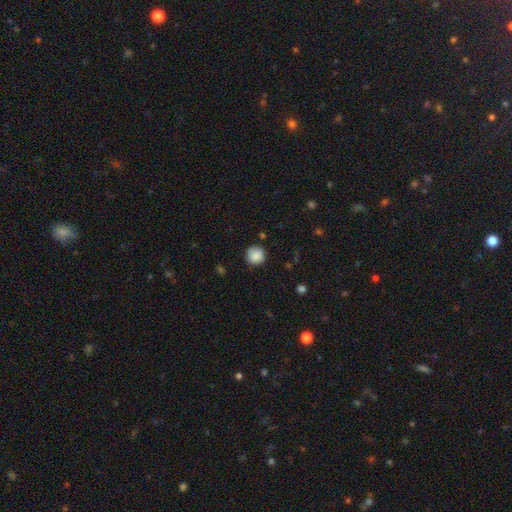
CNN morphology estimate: Overall: smooth (87%). How rounded: round (93%). Merging: none (82%).